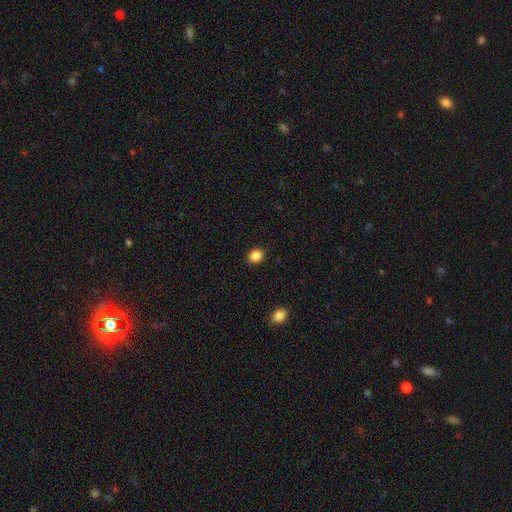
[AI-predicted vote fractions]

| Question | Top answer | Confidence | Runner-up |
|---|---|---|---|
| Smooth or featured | smooth | 86% | star or artifact (11%) |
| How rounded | round | 65% | in between (34%) |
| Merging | none | 90% | minor disturbance (7%) |